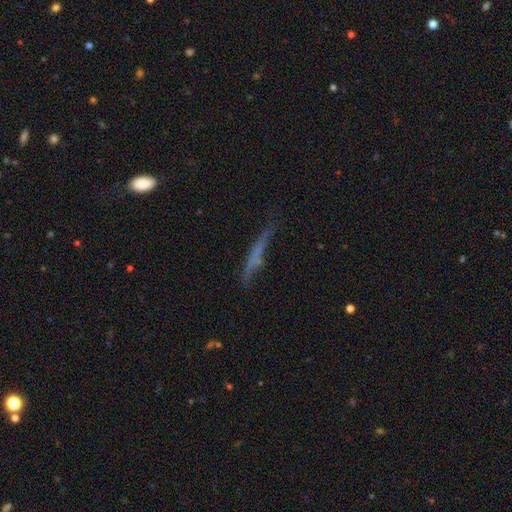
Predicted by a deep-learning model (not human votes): The model was most divided on "smooth or featured": smooth: 45%, featured or disk: 44%, star or artifact: 11%. More confident: merging — none (62%).